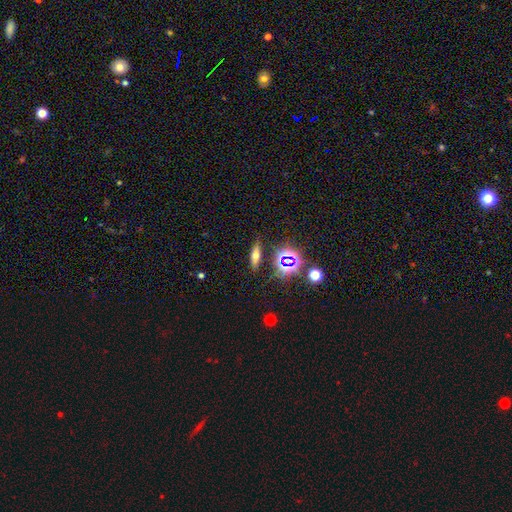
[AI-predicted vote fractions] Q: Smooth or featured?
A: smooth (47%); runner-up: featured or disk (28%)
Q: Merging?
A: none (84%); runner-up: minor disturbance (10%)